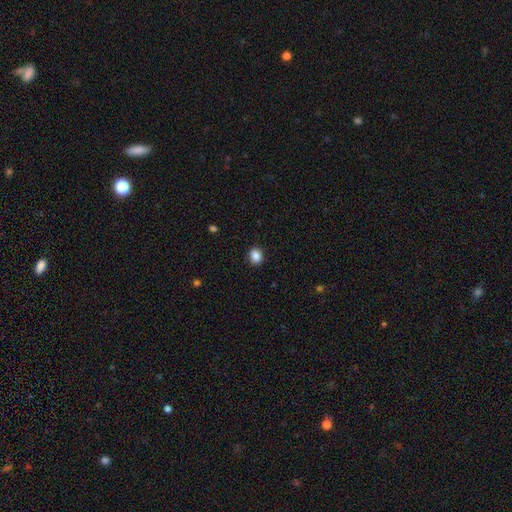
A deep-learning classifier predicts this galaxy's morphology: The model was most divided on "how rounded": round: 60%, in between: 39%, cigar-shaped: 1%. More confident: merging — none (90%); smooth or featured — smooth (87%).